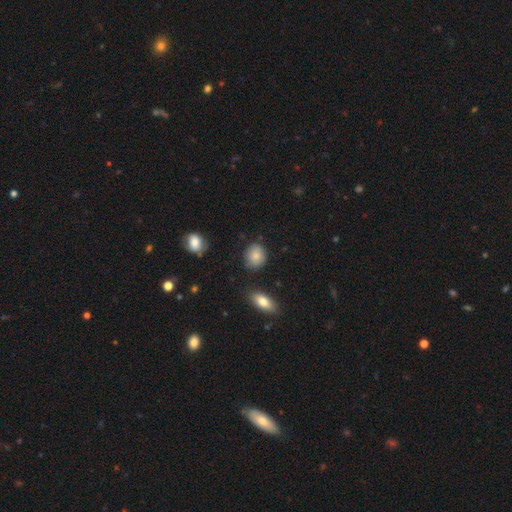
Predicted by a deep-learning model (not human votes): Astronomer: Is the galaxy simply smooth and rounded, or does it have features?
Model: smooth — 85%.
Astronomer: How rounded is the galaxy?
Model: round — 71%.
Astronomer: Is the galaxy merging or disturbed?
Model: none — 80%.